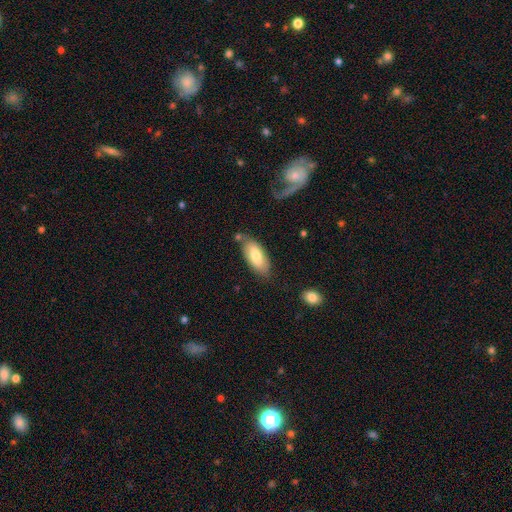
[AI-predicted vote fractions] Smooth or featured?
  - smooth: 74% *
  - featured or disk: 20%
  - star or artifact: 6%
How rounded?
  - in between: 83% *
  - cigar-shaped: 15%
  - round: 2%
Merging?
  - none: 70% *
  - minor disturbance: 19%
  - merger: 6%
  - major disturbance: 4%